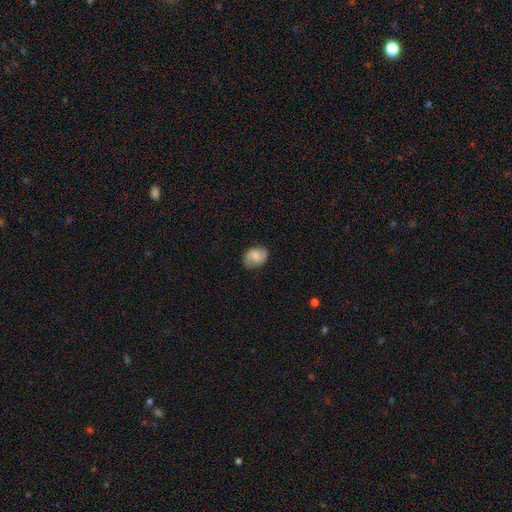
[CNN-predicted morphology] This appears to be a smooth galaxy with no disk features (51%) that is in between round and cigar-shaped (66%). Merging: none (77%).